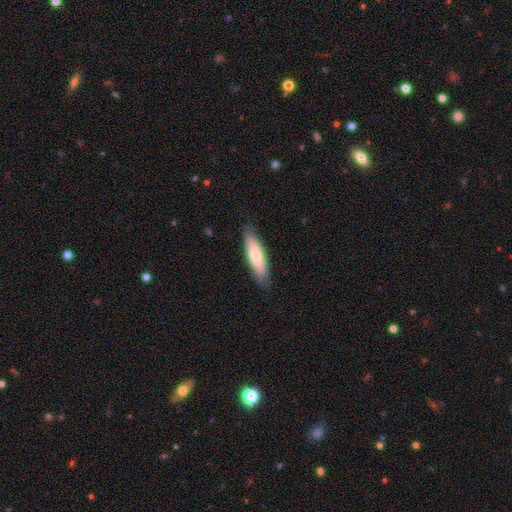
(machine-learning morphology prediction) Q: Smooth or featured?
A: smooth (70%); runner-up: featured or disk (25%)
Q: How rounded?
A: cigar-shaped (61%); runner-up: in between (38%)
Q: Merging?
A: none (83%); runner-up: minor disturbance (13%)